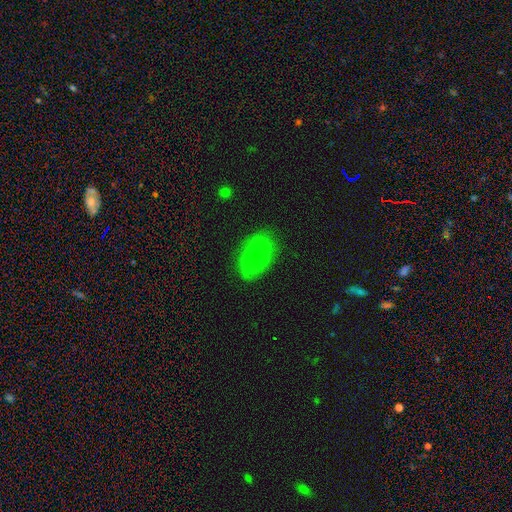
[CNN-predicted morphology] This appears to be a smooth galaxy with no disk features (61%) that is in between round and cigar-shaped (88%). Merging: none (78%).